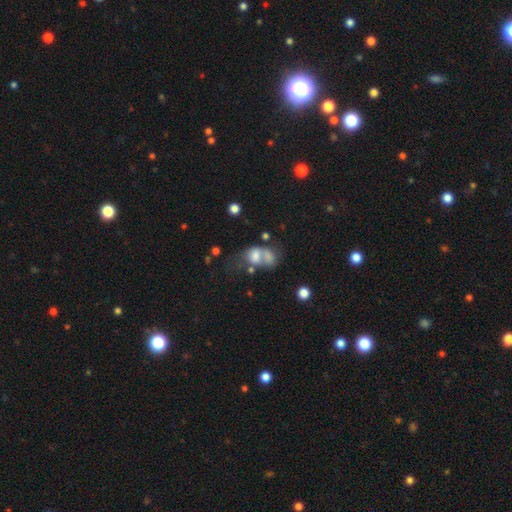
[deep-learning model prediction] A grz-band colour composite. It shows a smooth galaxy with no disk features (62%) that is in between round and cigar-shaped (73%). Merging: merger (57%).